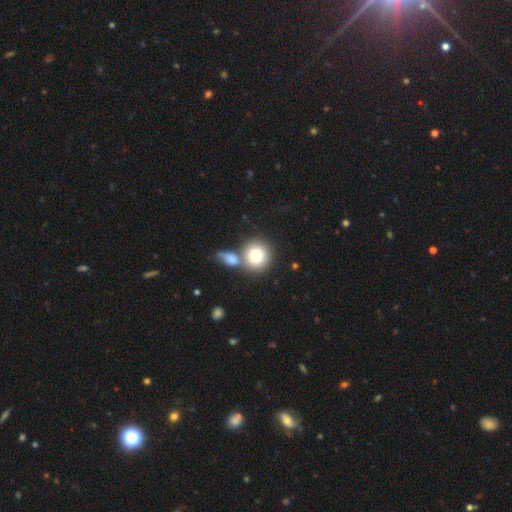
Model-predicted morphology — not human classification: Smooth or featured?
  - smooth: 79% *
  - featured or disk: 13%
  - star or artifact: 8%
How rounded?
  - round: 88% *
  - in between: 11%
  - cigar-shaped: 1%
Merging?
  - none: 52% *
  - merger: 35%
  - minor disturbance: 9%
  - major disturbance: 4%